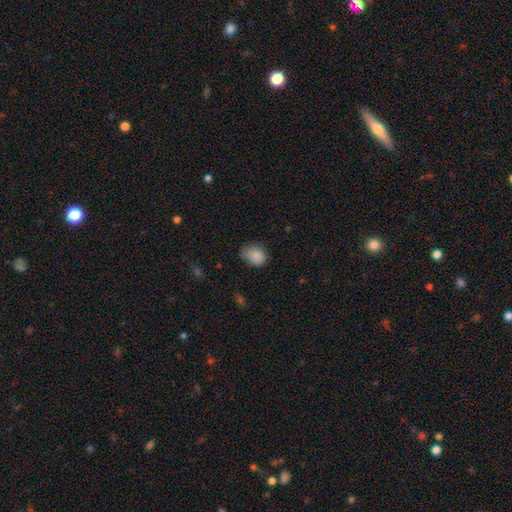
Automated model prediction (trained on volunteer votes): A smooth galaxy with no disk features (87%) that is in between round and cigar-shaped (62%).

Vote fractions:
- Smooth or featured? smooth: 87% / star or artifact: 8% / featured or disk: 5%
- How rounded? in between: 62% / round: 37% / cigar-shaped: 1%
- Merging? none: 64% / minor disturbance: 29% / major disturbance: 6% / merger: 1%